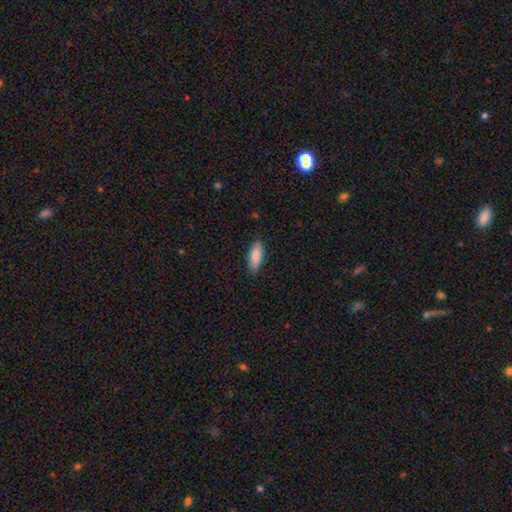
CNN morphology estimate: This appears to be a smooth galaxy with no disk features (88%) that is in between round and cigar-shaped (73%). Merging: none (87%).